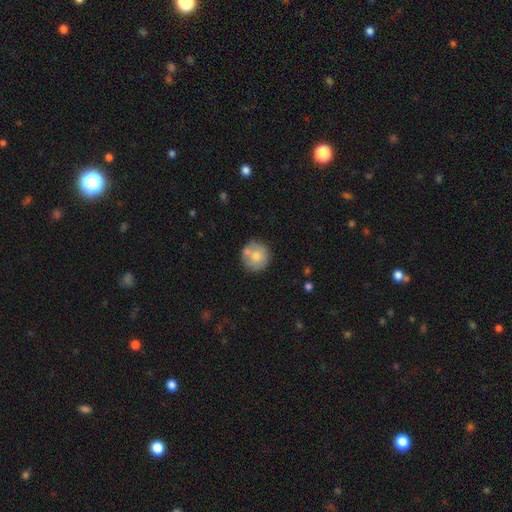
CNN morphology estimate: smooth_or_featured: smooth (p=0.74) [alt: featured or disk p=0.19]
how_rounded: round (p=0.94) [alt: in between p=0.05]
merging: none (p=0.71) [alt: merger p=0.14]